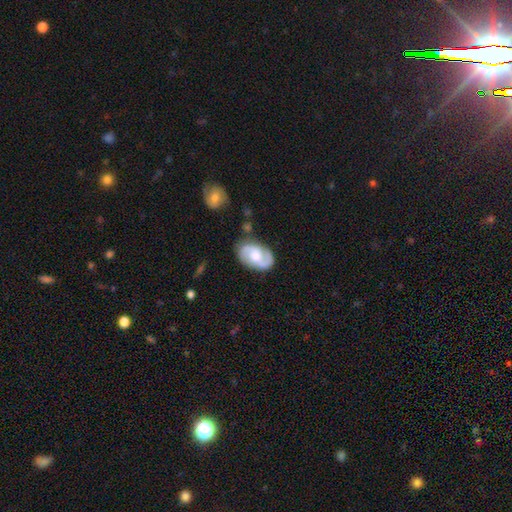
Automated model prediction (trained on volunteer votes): featured or disk 80%, smooth 15%, star or artifact 5%. Down the decision tree: edge-on disk — no (97%); bar — no (50%); spiral arms — yes (95%); spiral arm count — 2 (91%); spiral winding — medium (52%); bulge size — moderate (61%); merging — none (79%).